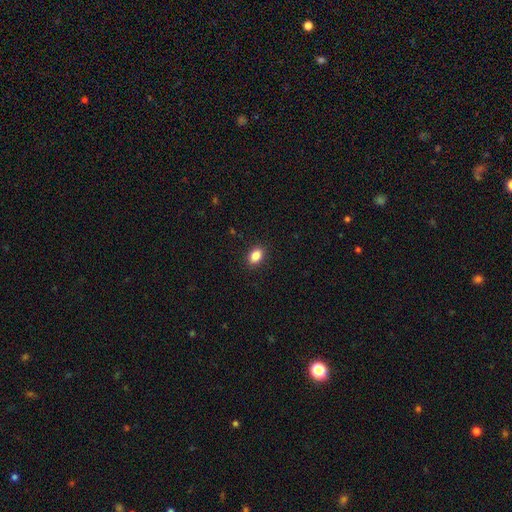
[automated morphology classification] The model was most divided on "how rounded": in between: 82%, round: 17%, cigar-shaped: 2%. More confident: merging — none (90%); smooth or featured — smooth (87%).